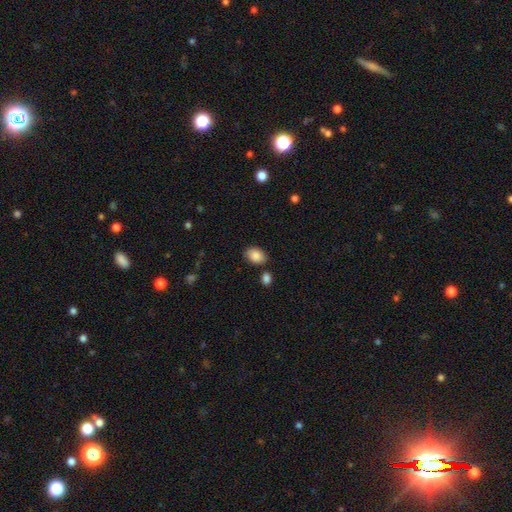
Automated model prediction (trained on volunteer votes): Smooth or featured?
  - smooth: 88% *
  - star or artifact: 7%
  - featured or disk: 5%
How rounded?
  - in between: 82% *
  - round: 17%
  - cigar-shaped: 1%
Merging?
  - none: 78% *
  - minor disturbance: 13%
  - merger: 6%
  - major disturbance: 3%